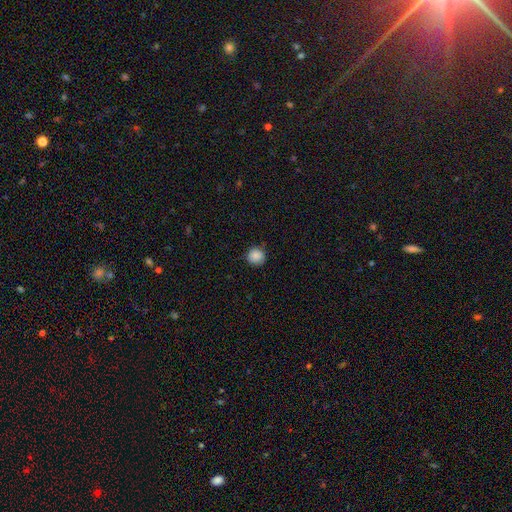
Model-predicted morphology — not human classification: Smooth or featured? Predicted: smooth (p=0.88). How rounded? Predicted: round (p=0.93). Merging? Predicted: none (p=0.86).